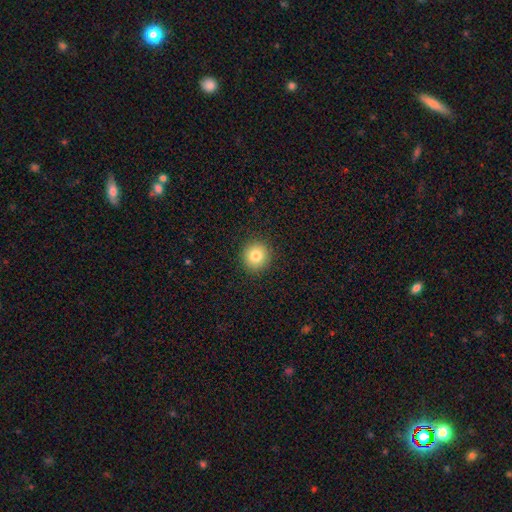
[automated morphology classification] The model was most divided on "smooth or featured": smooth: 82%, star or artifact: 11%, featured or disk: 7%. More confident: how rounded — round (93%); merging — none (92%).